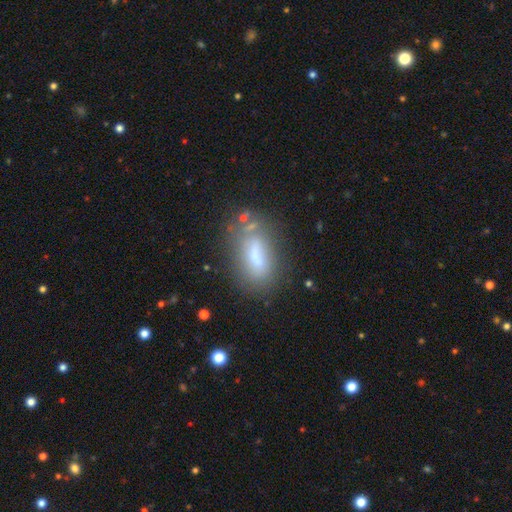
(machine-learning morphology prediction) This is likely a smooth galaxy (60%). How rounded: likely in between (71%). Merging: possibly none (56%).